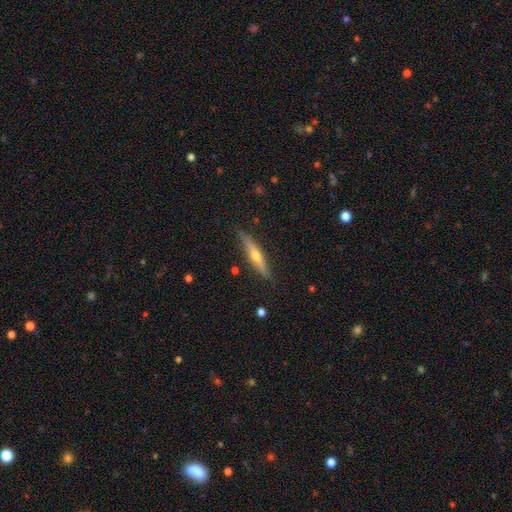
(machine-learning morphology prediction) This is possibly a featured or disk galaxy (59%). It is clearly viewed edge-on (94%). Edge-on bulge: clearly rounded (88%). Merging: clearly none (86%).